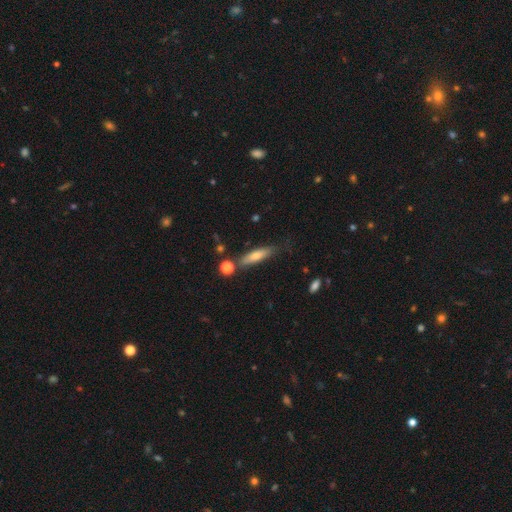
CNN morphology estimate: smooth 57%, featured or disk 34%, star or artifact 9%. Down the decision tree: how rounded — cigar-shaped (74%); merging — none (69%).